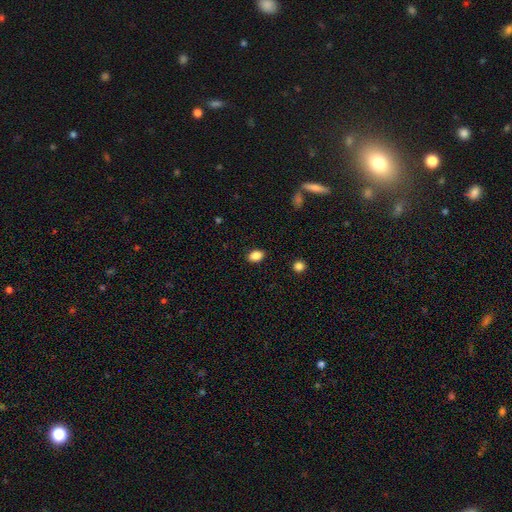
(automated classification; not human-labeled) Q: Smooth or featured?
A: smooth (87%); runner-up: star or artifact (9%)
Q: How rounded?
A: in between (80%); runner-up: round (19%)
Q: Merging?
A: none (89%); runner-up: minor disturbance (8%)